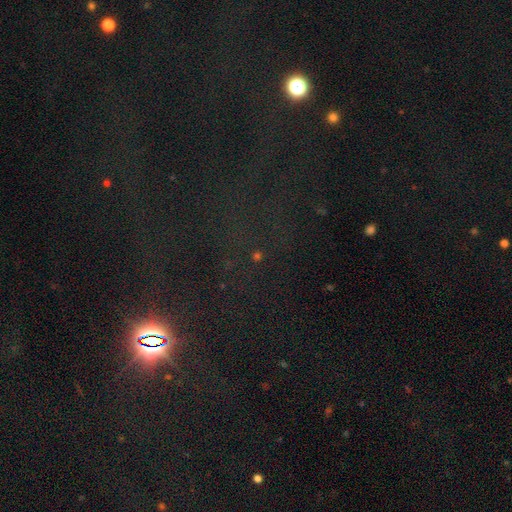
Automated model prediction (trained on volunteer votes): Morphology: type=star or artifact (79%).